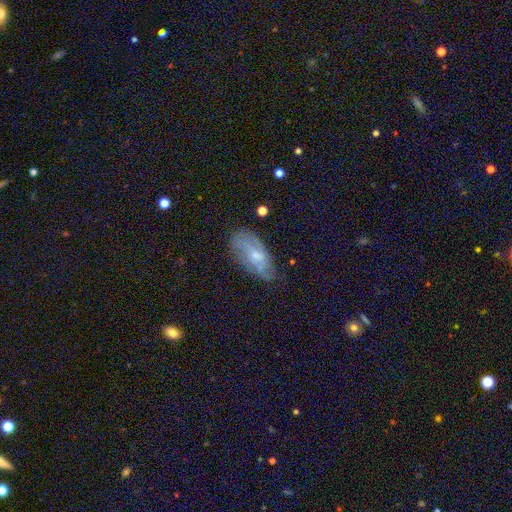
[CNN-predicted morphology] smooth-or-featured: featured or disk: 49% | smooth: 42% | star or artifact: 9%
  merging: none: 60% | minor disturbance: 28% | major disturbance: 10% | merger: 2%